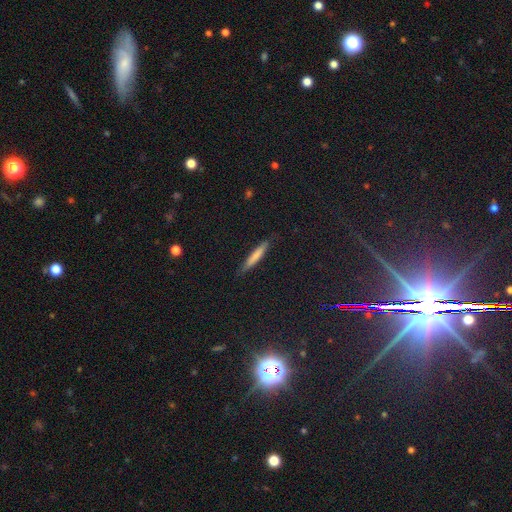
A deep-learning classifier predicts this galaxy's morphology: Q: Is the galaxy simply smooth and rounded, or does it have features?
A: smooth — 70%.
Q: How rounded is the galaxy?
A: cigar-shaped — 93%.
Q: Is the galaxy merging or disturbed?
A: none — 86%.